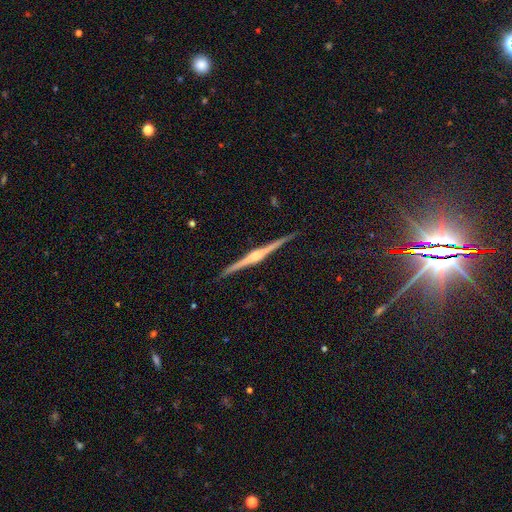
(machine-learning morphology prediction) Smooth or featured: featured or disk — 87% (smooth — 8%)
Edge-on disk: yes — 99% (no — 1%)
Edge-on bulge: rounded — 78% (boxy — 15%)
Merging: none — 92% (minor disturbance — 6%)